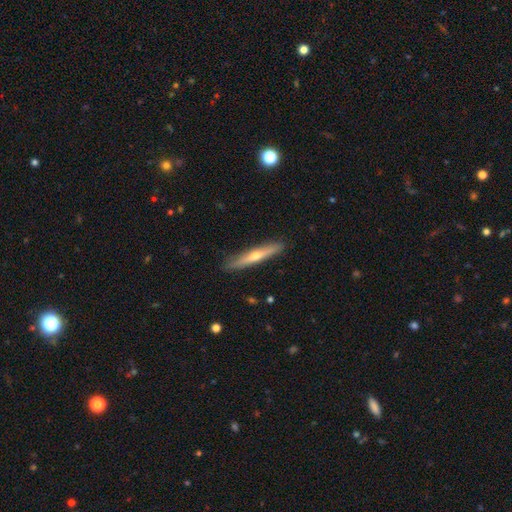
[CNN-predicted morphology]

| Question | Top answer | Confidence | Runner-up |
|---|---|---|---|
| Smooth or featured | featured or disk | 57% | smooth (37%) |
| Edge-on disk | yes | 95% | no (5%) |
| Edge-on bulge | rounded | 84% | none (13%) |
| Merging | none | 89% | minor disturbance (8%) |